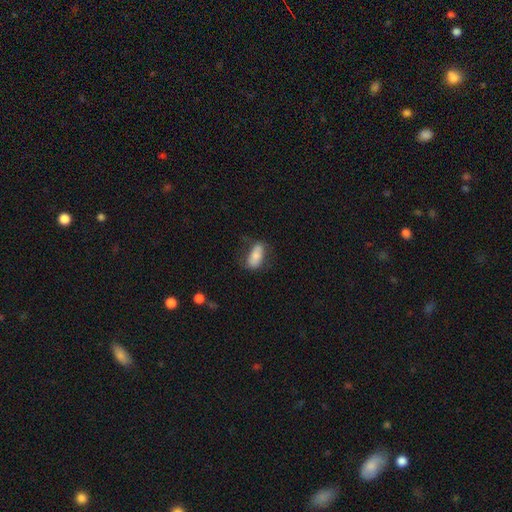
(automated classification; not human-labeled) Morphology: type=smooth (76%); roundness=in between (85%); merging=none (63%).